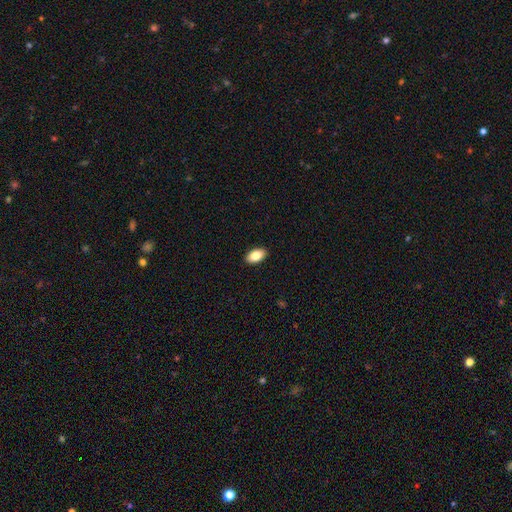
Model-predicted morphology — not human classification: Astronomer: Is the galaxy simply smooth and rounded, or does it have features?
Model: smooth — 84%.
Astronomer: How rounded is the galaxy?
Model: in between — 93%.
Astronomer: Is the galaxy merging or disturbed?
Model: none — 91%.